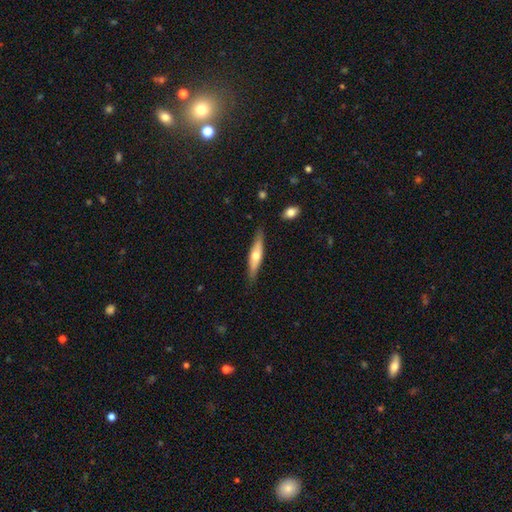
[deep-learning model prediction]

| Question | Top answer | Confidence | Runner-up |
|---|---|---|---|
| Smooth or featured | featured or disk | 48% | smooth (46%) |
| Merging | none | 84% | minor disturbance (12%) |